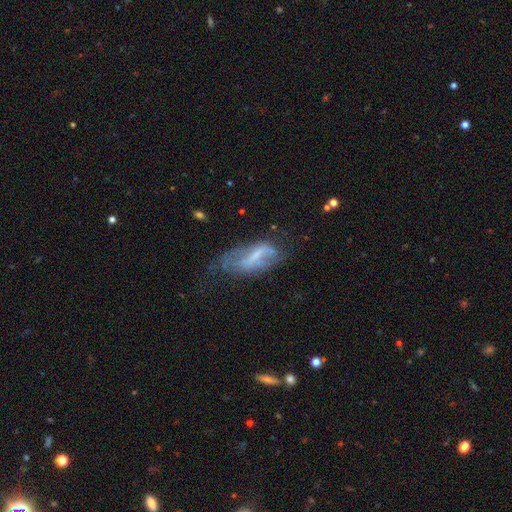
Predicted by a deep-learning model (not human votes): Overall: featured or disk (61%; smooth 29%). Edge-on disk: no (85%). Bar: strong (43%; weak 35%). Spiral arms: no (51%; yes 49%). Bulge size: small (38%; none 35%). Merging: none (39%; minor disturbance 29%).